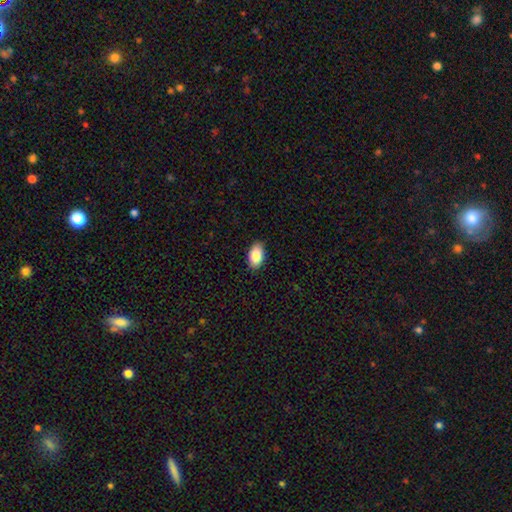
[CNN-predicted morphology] Smooth or featured? Predicted: smooth (p=0.87). How rounded? Predicted: in between (p=0.93). Merging? Predicted: none (p=0.88).